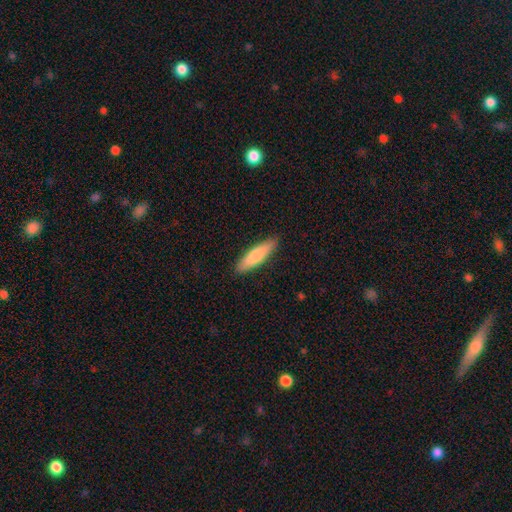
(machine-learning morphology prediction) Q: Smooth or featured?
A: smooth (81%); runner-up: featured or disk (14%)
Q: How rounded?
A: cigar-shaped (70%); runner-up: in between (29%)
Q: Merging?
A: none (89%); runner-up: minor disturbance (8%)